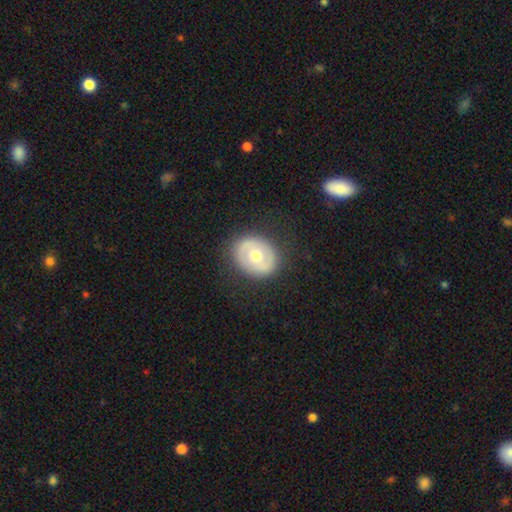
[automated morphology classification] Smooth or featured?
  - featured or disk: 49% *
  - smooth: 45%
  - star or artifact: 6%
Merging?
  - none: 84% *
  - minor disturbance: 11%
  - major disturbance: 4%
  - merger: 1%